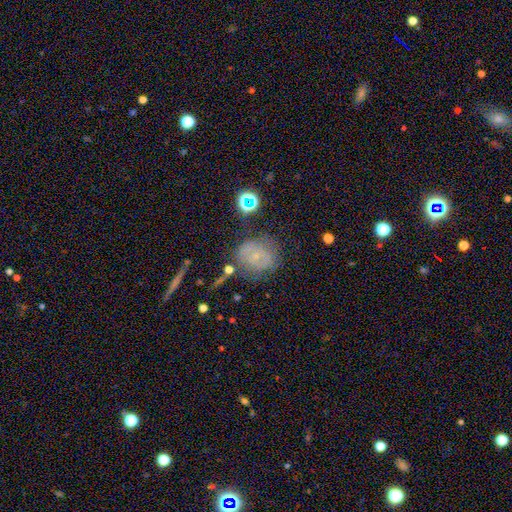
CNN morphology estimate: This is possibly a smooth galaxy (45%). Merging: likely none (63%).